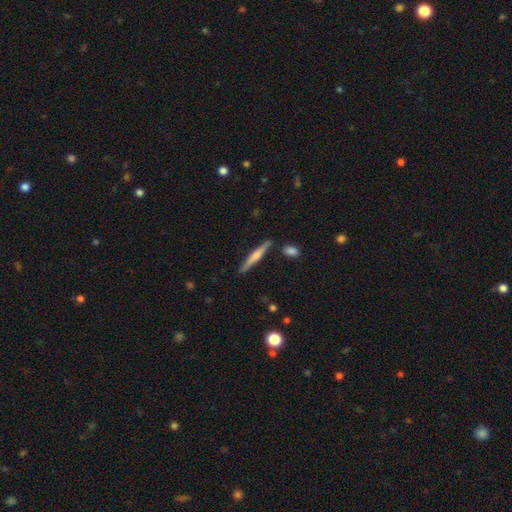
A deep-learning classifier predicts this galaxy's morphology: Smooth or featured?
  - smooth: 50% *
  - featured or disk: 45%
  - star or artifact: 6%
Merging?
  - none: 84% *
  - minor disturbance: 10%
  - merger: 4%
  - major disturbance: 2%